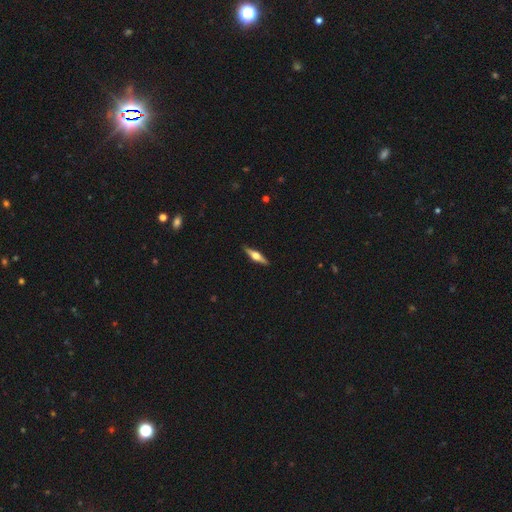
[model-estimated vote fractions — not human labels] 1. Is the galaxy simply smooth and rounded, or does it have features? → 72% featured or disk, 23% smooth, 5% star or artifact.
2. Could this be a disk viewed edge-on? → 97% yes, 3% no.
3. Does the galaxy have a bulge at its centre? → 94% rounded, 4% boxy, 2% none.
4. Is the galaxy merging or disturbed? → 91% none, 6% minor disturbance, 1% major disturbance, 1% merger.